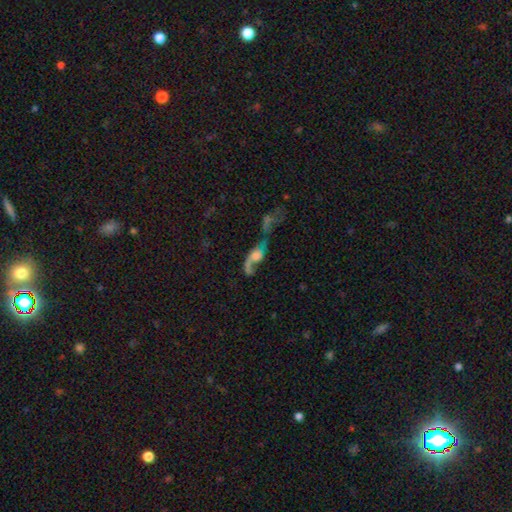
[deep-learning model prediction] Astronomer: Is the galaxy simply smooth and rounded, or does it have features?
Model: featured or disk — 59%.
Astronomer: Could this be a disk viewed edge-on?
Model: no — 86%.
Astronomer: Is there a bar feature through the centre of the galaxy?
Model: no — 72%.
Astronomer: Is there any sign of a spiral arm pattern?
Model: yes — 71%.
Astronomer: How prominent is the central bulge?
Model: moderate — 35% (runner-up: large, 25%).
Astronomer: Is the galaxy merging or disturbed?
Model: merger — 52%.